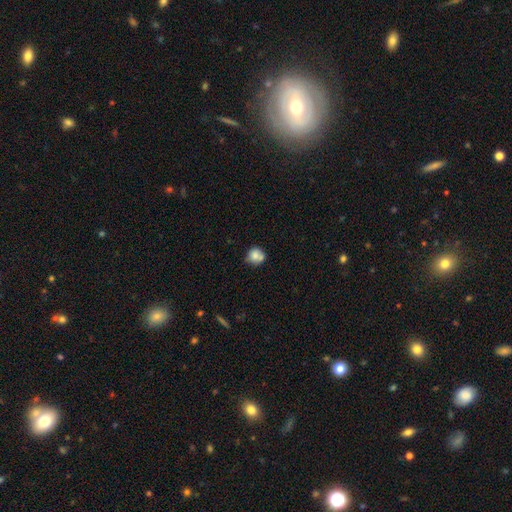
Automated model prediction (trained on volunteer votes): Q: Smooth or featured?
A: smooth (75%); runner-up: featured or disk (16%)
Q: How rounded?
A: round (81%); runner-up: in between (18%)
Q: Merging?
A: none (53%); runner-up: minor disturbance (23%)